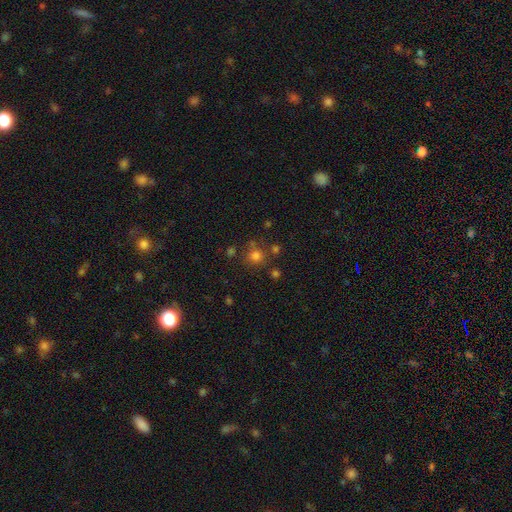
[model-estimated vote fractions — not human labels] Q: Smooth or featured?
A: smooth (74%); runner-up: star or artifact (19%)
Q: How rounded?
A: round (89%); runner-up: in between (10%)
Q: Merging?
A: none (71%); runner-up: merger (12%)